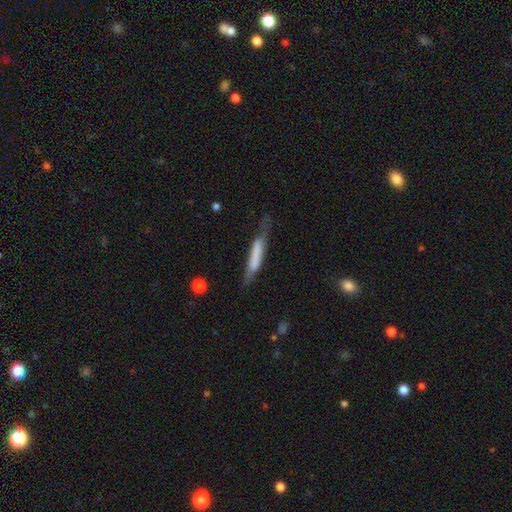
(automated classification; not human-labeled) Overall: smooth (61%; featured or disk 32%). How rounded: cigar-shaped (89%). Merging: none (53%; minor disturbance 29%).